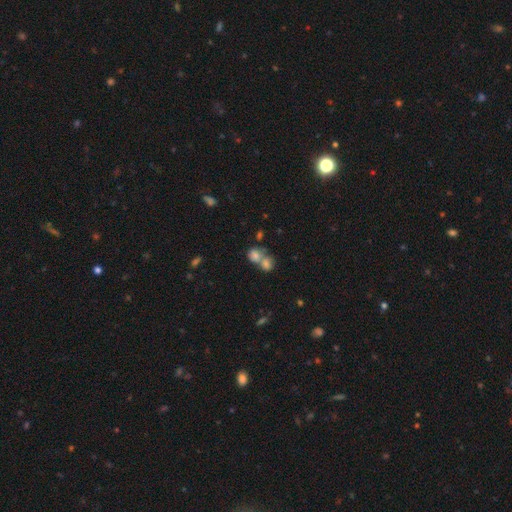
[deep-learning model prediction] Smooth or featured?
  - smooth: 72% *
  - featured or disk: 15%
  - star or artifact: 13%
How rounded?
  - round: 51% *
  - in between: 48%
  - cigar-shaped: 2%
Merging?
  - merger: 65% *
  - none: 24%
  - minor disturbance: 7%
  - major disturbance: 4%